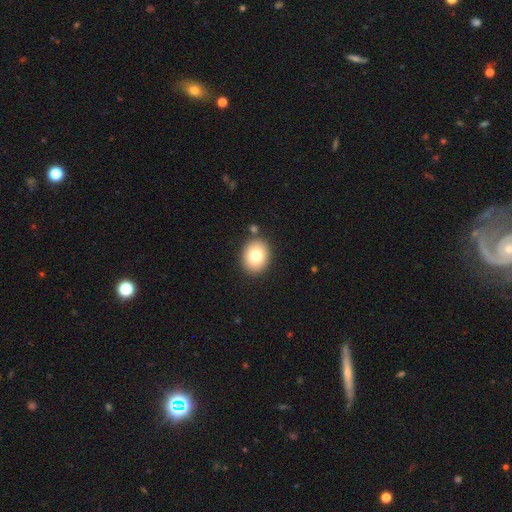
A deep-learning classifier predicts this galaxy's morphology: The model was most divided on "how rounded": round: 55%, in between: 44%, cigar-shaped: 1%. More confident: merging — none (85%); smooth or featured — smooth (77%).